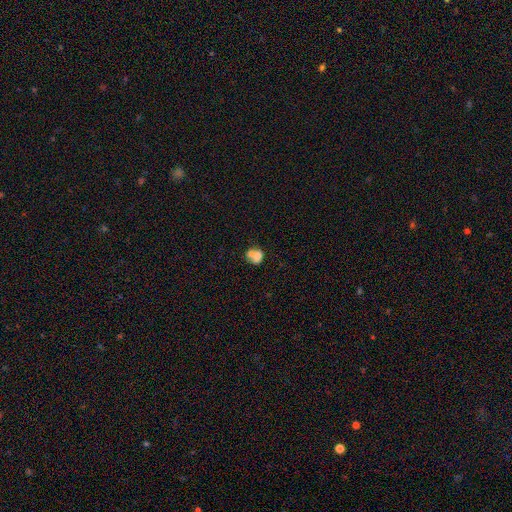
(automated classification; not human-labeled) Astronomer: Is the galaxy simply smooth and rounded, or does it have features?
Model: smooth — 62%.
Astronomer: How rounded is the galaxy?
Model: round — 54% (runner-up: in between, 45%).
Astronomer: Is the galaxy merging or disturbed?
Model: merger — 59%.